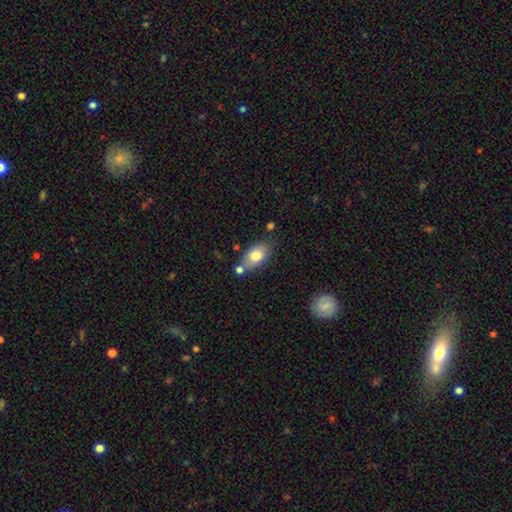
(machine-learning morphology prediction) Overall: smooth (77%). How rounded: in between (88%). Merging: none (62%).